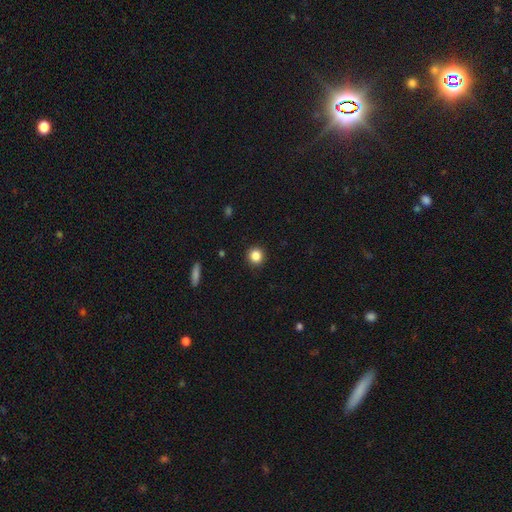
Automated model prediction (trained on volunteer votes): This appears to be a smooth galaxy with no disk features (85%) that is round (92%). Merging: none (91%).